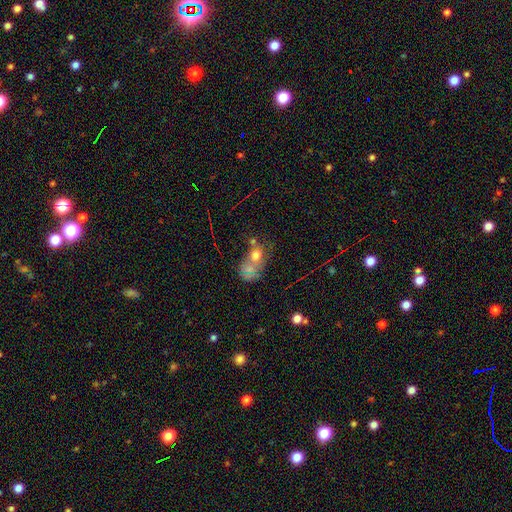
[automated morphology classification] This appears to be a smooth galaxy with no disk features (63%) that is round (50%). Merging: merger (54%).